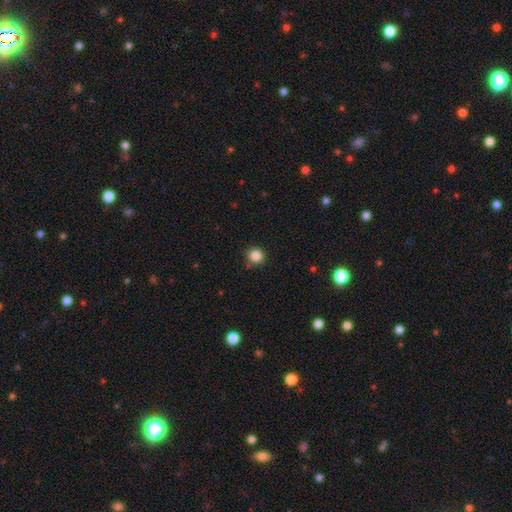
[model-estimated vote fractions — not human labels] smooth-or-featured: smooth: 84% | star or artifact: 12% | featured or disk: 4%
  how-rounded: round: 94% | in between: 6% | cigar-shaped: 1%
  merging: none: 85% | minor disturbance: 11% | major disturbance: 2% | merger: 2%